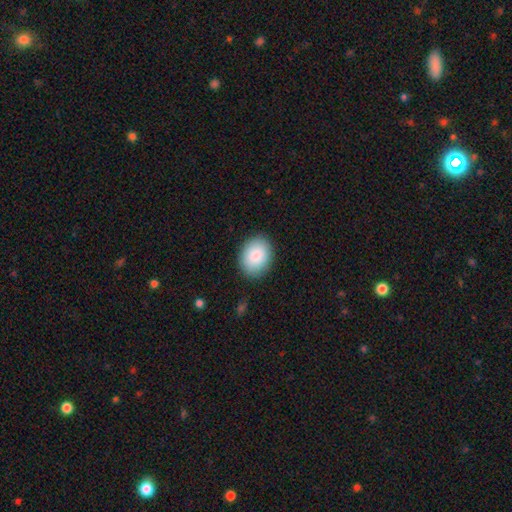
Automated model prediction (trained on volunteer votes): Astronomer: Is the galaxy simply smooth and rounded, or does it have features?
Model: smooth — 87%.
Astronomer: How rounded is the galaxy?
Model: in between — 64%.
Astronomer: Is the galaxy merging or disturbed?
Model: none — 87%.